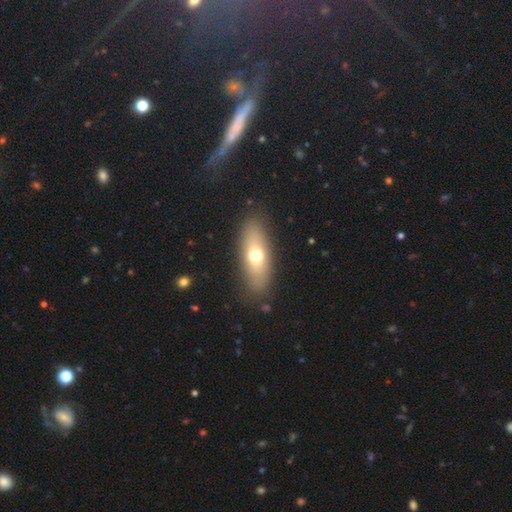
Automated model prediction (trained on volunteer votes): This appears to be a smooth galaxy with no disk features (65%) that is in between round and cigar-shaped (69%). Merging: none (85%).